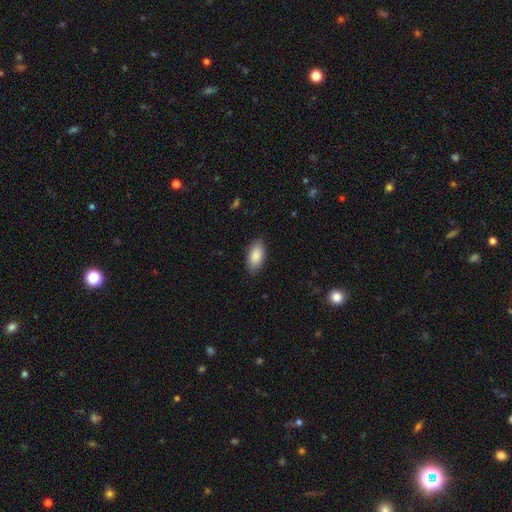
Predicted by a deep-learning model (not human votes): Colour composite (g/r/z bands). It shows a smooth galaxy with no disk features (87%) that is in between round and cigar-shaped (93%). Merging: none (86%).